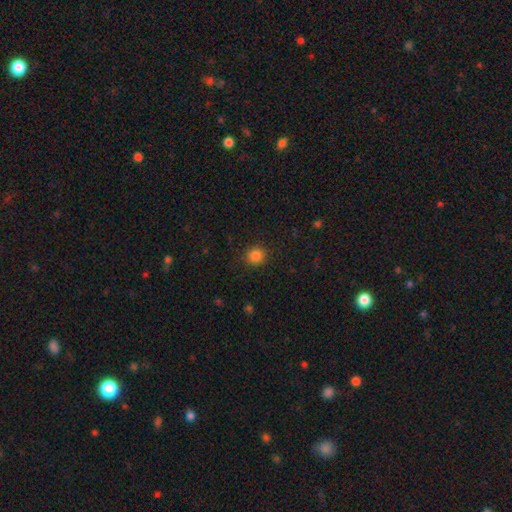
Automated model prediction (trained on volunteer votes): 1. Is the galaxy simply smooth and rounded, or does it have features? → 85% smooth, 12% star or artifact, 4% featured or disk.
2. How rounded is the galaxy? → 89% round, 10% in between, 1% cigar-shaped.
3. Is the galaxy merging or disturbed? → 89% none, 7% minor disturbance, 3% major disturbance, 1% merger.